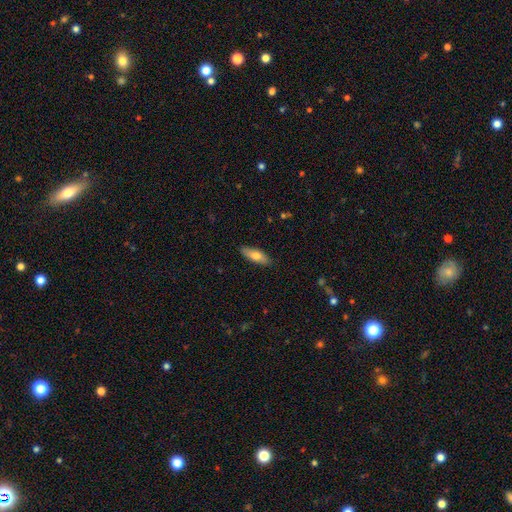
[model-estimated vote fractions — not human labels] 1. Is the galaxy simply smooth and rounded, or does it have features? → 73% smooth, 21% featured or disk, 6% star or artifact.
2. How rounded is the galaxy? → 59% in between, 39% cigar-shaped, 2% round.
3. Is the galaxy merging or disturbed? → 87% none, 10% minor disturbance, 2% major disturbance, 1% merger.